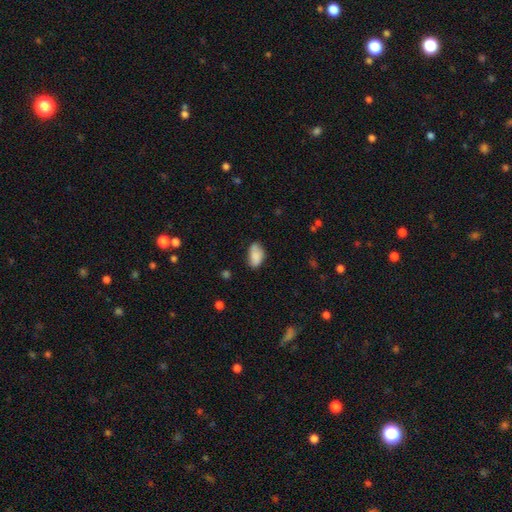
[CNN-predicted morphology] Smooth or featured: smooth — 81% (featured or disk — 11%)
How rounded: in between — 92% (round — 6%)
Merging: none — 63% (minor disturbance — 28%)